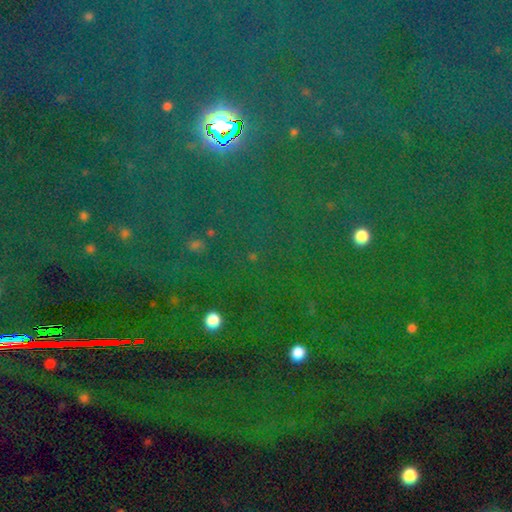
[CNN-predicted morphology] A star or artifact, not a galaxy (82%).